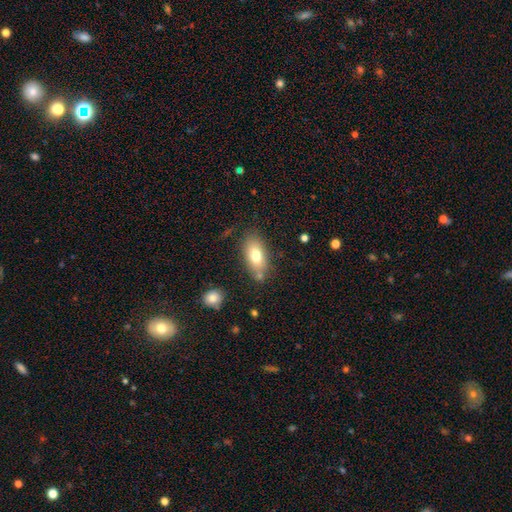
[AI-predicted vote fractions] Smooth or featured: smooth — 75% (featured or disk — 17%)
How rounded: in between — 88% (cigar-shaped — 6%)
Merging: none — 74% (minor disturbance — 15%)